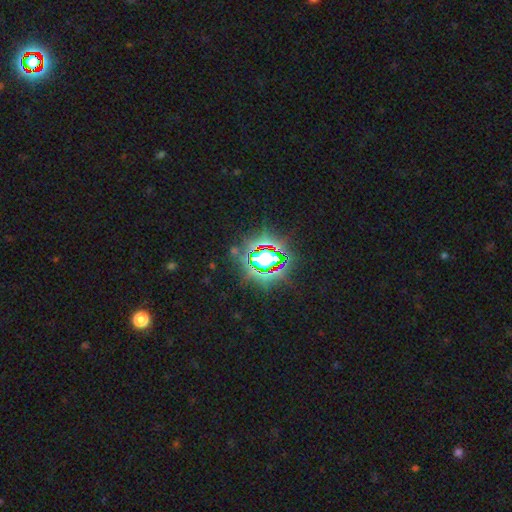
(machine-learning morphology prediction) smooth-or-featured: star or artifact: 79% | smooth: 13% | featured or disk: 9%